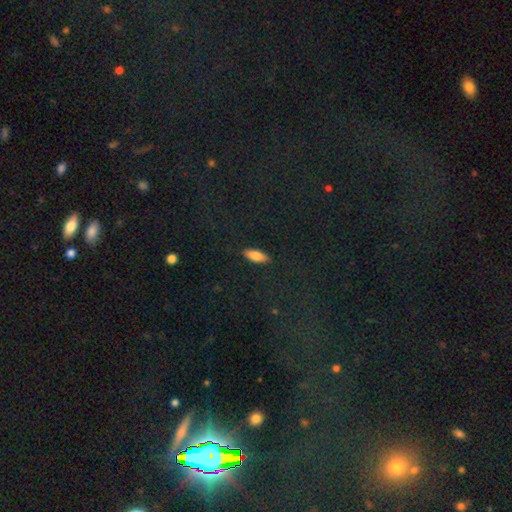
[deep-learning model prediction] This appears to be a smooth galaxy with no disk features (82%) that is in between round and cigar-shaped (74%). Merging: none (89%).